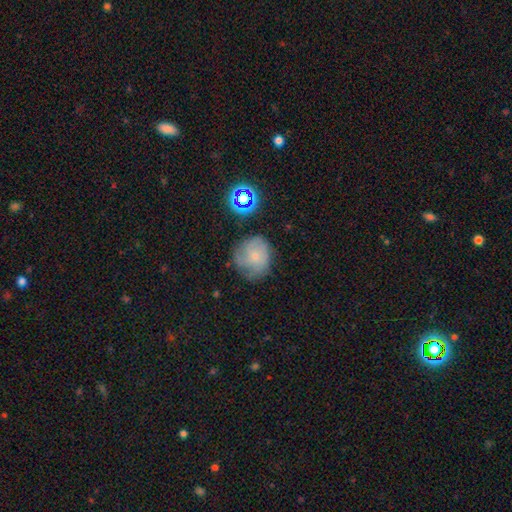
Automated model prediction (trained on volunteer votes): This appears to be a smooth galaxy with no disk features (45%). Merging: none (62%).